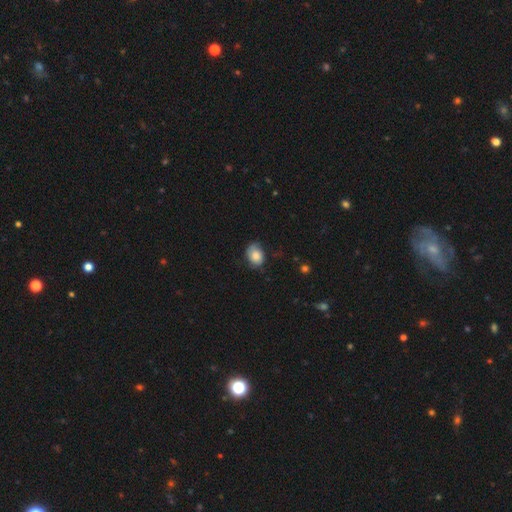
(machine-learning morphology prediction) Smooth or featured? Predicted: smooth (p=0.74). How rounded? Predicted: in between (p=0.63). Merging? Predicted: none (p=0.59).